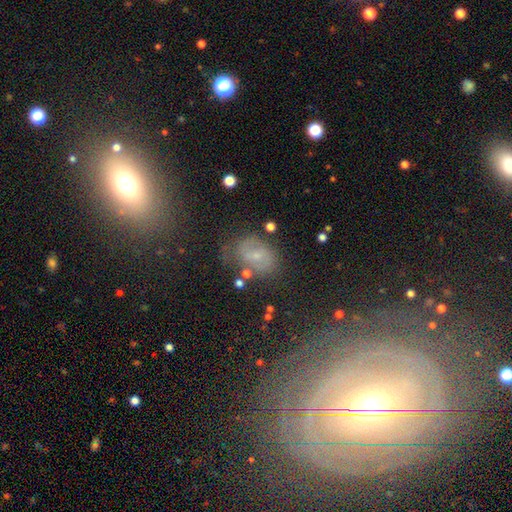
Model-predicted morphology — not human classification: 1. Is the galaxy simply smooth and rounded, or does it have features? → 48% featured or disk, 32% smooth, 20% star or artifact.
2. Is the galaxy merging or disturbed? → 65% none, 20% minor disturbance, 10% major disturbance, 5% merger.